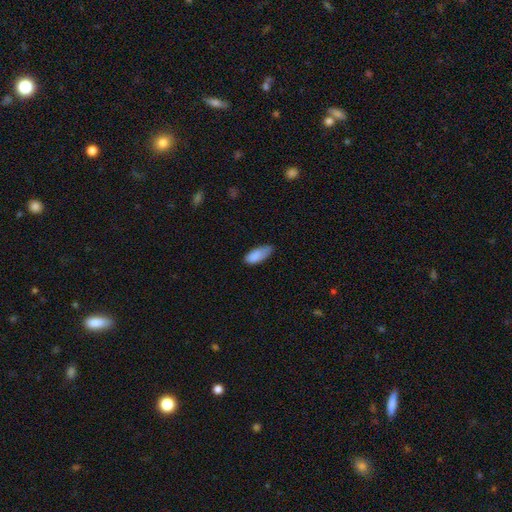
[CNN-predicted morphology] type=smooth (86%); roundness=in between (85%); merging=none (54%).